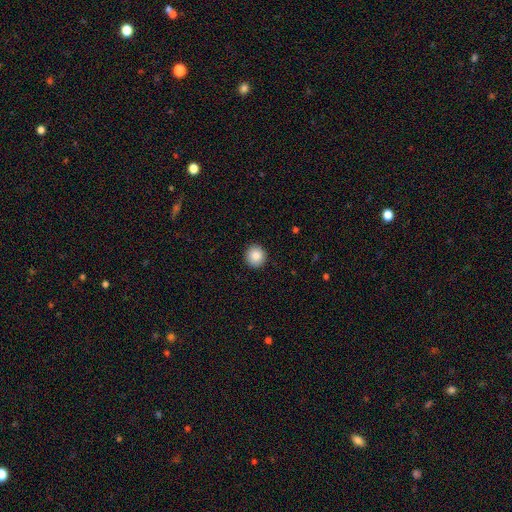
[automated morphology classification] A smooth galaxy with no disk features (87%) that is round (92%).

Vote fractions:
- Smooth or featured? smooth: 87% / star or artifact: 8% / featured or disk: 5%
- How rounded? round: 92% / in between: 7% / cigar-shaped: 1%
- Merging? none: 92% / minor disturbance: 5% / major disturbance: 2% / merger: 1%